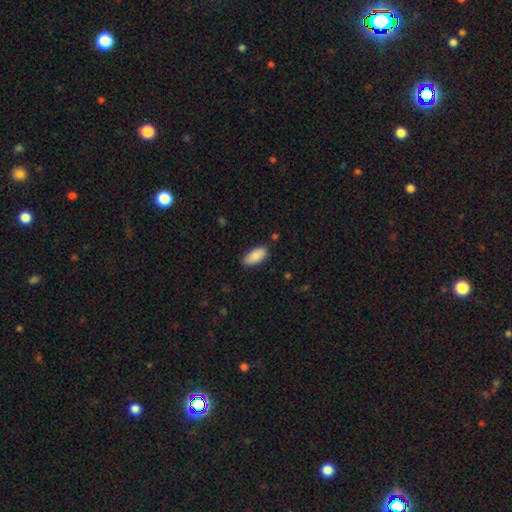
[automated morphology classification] A smooth galaxy with no disk features (87%) that is in between round and cigar-shaped (91%). Merging: none (82%).